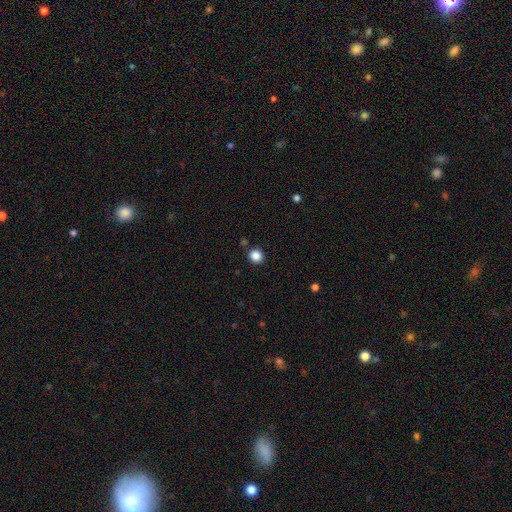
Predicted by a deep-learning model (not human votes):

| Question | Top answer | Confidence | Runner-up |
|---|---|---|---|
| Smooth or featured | smooth | 86% | star or artifact (11%) |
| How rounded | round | 91% | in between (8%) |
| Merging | none | 89% | minor disturbance (6%) |